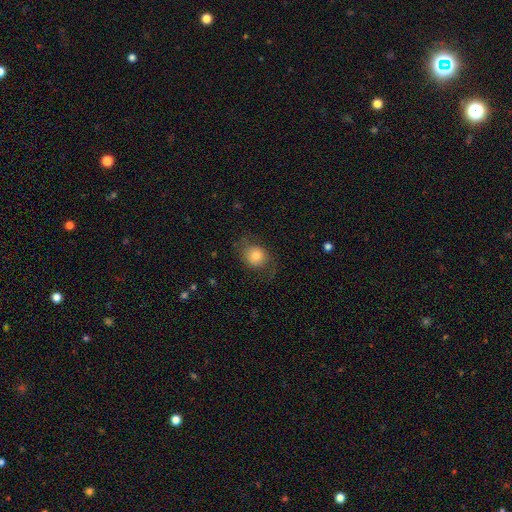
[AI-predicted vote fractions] smooth_or_featured: smooth (p=0.74) [alt: featured or disk p=0.17]
how_rounded: round (p=0.70) [alt: in between p=0.29]
merging: none (p=0.68) [alt: minor disturbance p=0.18]